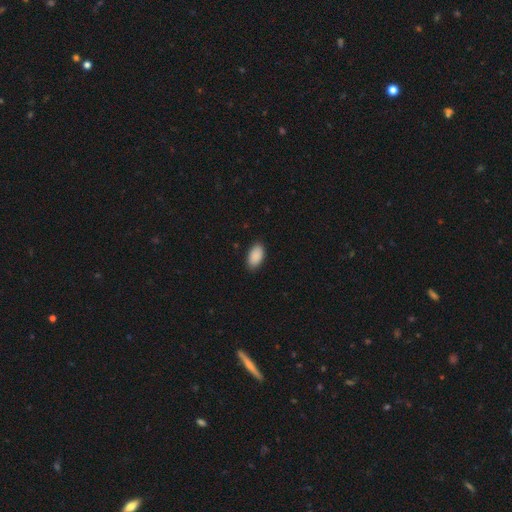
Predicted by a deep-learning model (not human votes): Smooth or featured?
  - smooth: 90% *
  - star or artifact: 7%
  - featured or disk: 3%
How rounded?
  - in between: 95% *
  - round: 3%
  - cigar-shaped: 2%
Merging?
  - none: 86% *
  - minor disturbance: 11%
  - major disturbance: 2%
  - merger: 1%